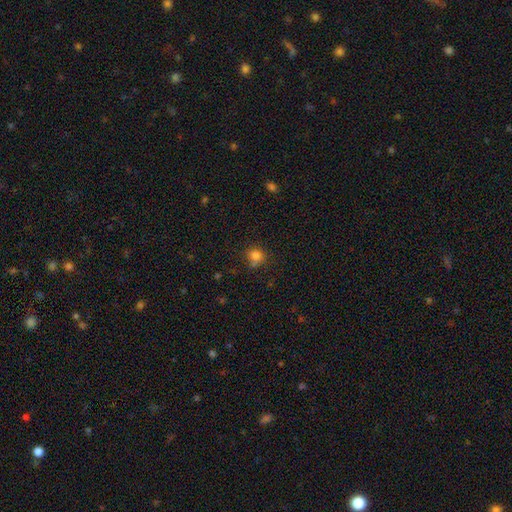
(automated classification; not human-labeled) A smooth galaxy with no disk features (80%) that is round (79%).

Vote fractions:
- Smooth or featured? smooth: 80% / star or artifact: 13% / featured or disk: 7%
- How rounded? round: 79% / in between: 20% / cigar-shaped: 1%
- Merging? none: 62% / minor disturbance: 23% / major disturbance: 8% / merger: 7%